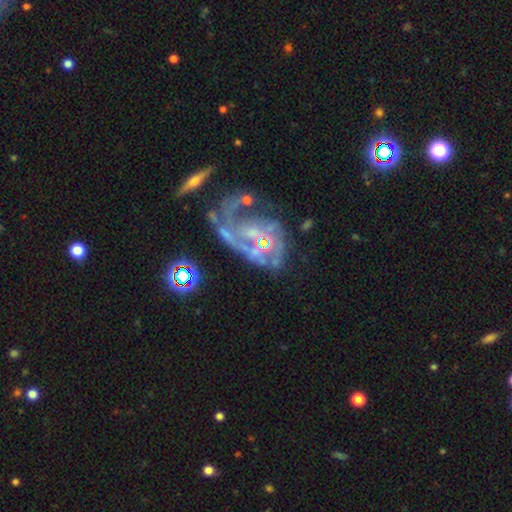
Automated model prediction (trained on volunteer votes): Smooth or featured: featured or disk — 70% (star or artifact — 17%)
Edge-on disk: no — 97% (yes — 3%)
Bar: no — 62% (weak — 25%)
Spiral arms: yes — 59% (no — 41%)
Bulge size: none — 37% (moderate — 30%)
Merging: major disturbance — 42% (none — 27%)